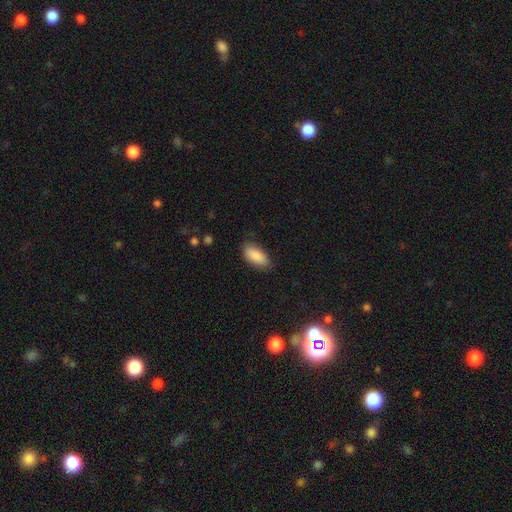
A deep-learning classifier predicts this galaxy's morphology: smooth 88%, star or artifact 6%, featured or disk 5%. Down the decision tree: how rounded — in between (89%); merging — none (78%).